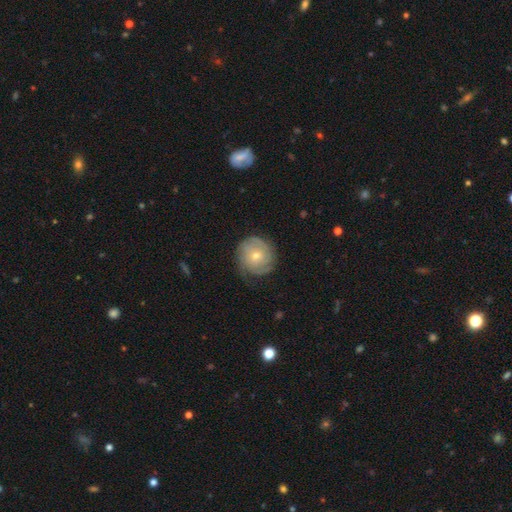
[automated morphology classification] Smooth or featured? Predicted: featured or disk (p=0.70). Edge-on disk? Predicted: no (p=0.97). Bar? Predicted: no (p=0.80). Spiral arms? Predicted: yes (p=0.90). Spiral winding? Predicted: tight (p=0.72). Spiral arm count? Predicted: can't tell (p=0.38). Bulge size? Predicted: small (p=0.57). Merging? Predicted: none (p=0.76).